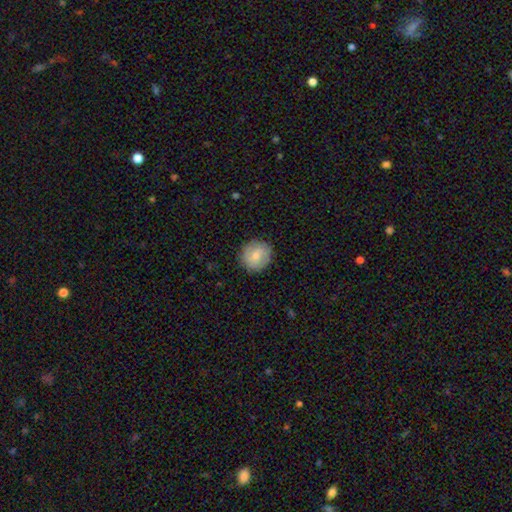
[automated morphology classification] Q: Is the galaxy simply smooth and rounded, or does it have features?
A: smooth — 74%.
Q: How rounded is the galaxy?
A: round — 89%.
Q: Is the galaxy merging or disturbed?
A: none — 88%.